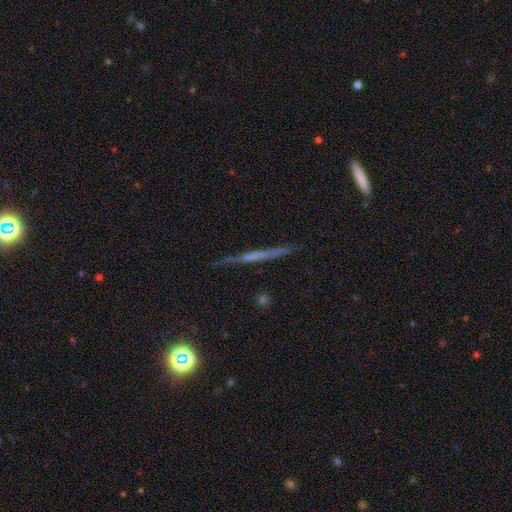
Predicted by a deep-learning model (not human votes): smooth_or_featured: featured or disk (p=0.58) [alt: smooth p=0.31]
disk_edge_on: yes (p=0.96) [alt: no p=0.04]
edge_on_bulge: none (p=0.83) [alt: rounded p=0.10]
merging: none (p=0.87) [alt: minor disturbance p=0.09]